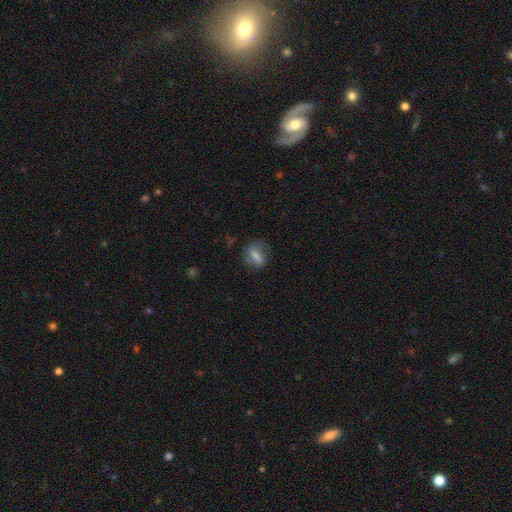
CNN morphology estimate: Overall: smooth (65%; featured or disk 26%). How rounded: in between (63%; round 25%). Merging: none (70%).